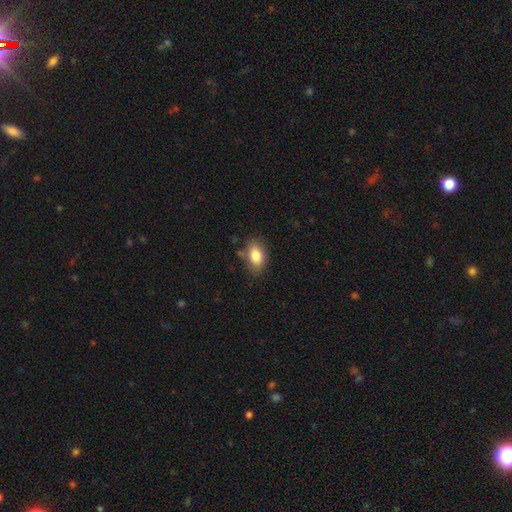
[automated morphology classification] Smooth or featured? Predicted: smooth (p=0.82). How rounded? Predicted: in between (p=0.87). Merging? Predicted: none (p=0.75).